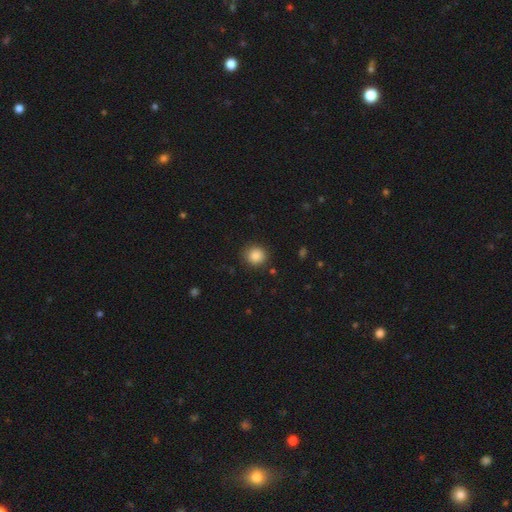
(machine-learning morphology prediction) Smooth or featured? smooth (86%)
How rounded? round (89%)
Merging? none (89%)